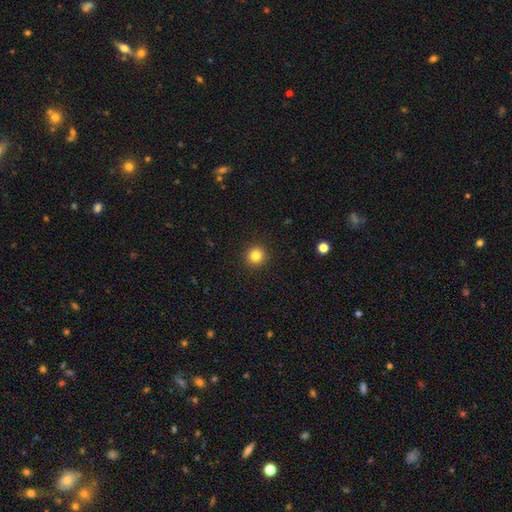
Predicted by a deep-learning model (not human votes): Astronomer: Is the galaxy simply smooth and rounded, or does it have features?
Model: smooth — 83%.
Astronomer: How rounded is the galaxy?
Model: round — 94%.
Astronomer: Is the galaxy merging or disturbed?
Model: none — 93%.